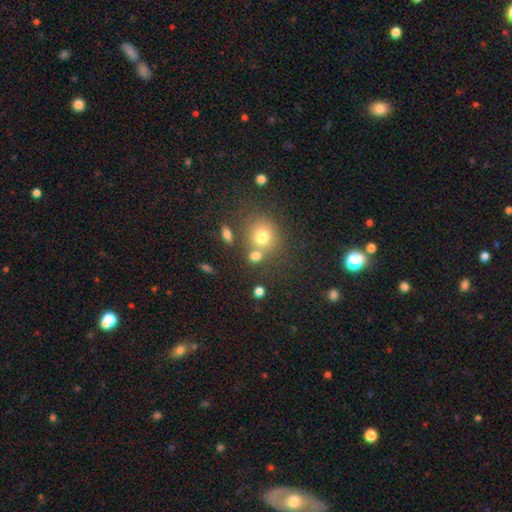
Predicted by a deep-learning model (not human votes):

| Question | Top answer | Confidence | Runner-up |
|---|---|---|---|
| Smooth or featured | smooth | 74% | star or artifact (16%) |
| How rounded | round | 75% | in between (24%) |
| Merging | none | 59% | merger (27%) |